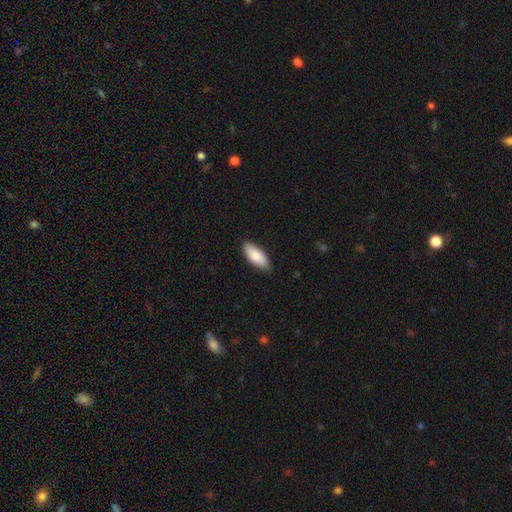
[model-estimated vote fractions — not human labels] Overall: smooth (87%). How rounded: in between (79%). Merging: none (84%).